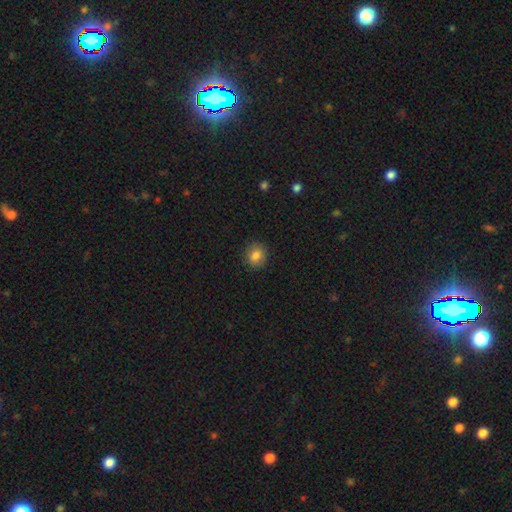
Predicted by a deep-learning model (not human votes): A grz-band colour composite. It shows a smooth galaxy with no disk features (83%) that is round (80%). Merging: none (89%).